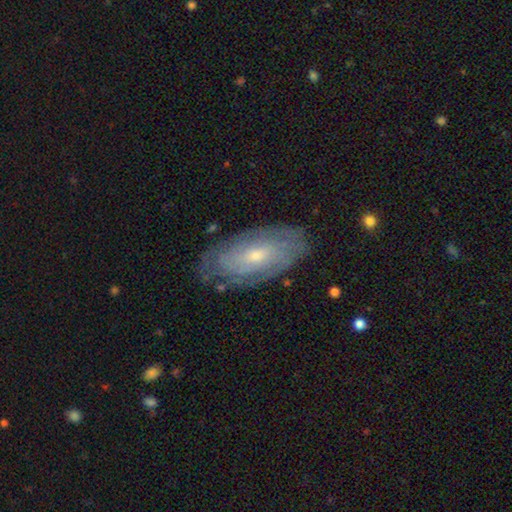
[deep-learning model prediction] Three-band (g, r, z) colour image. It shows a featured or disk galaxy (66%) with no bar (72%), spiral arms (77%) and a small central bulge (55%). Merging: none (77%).